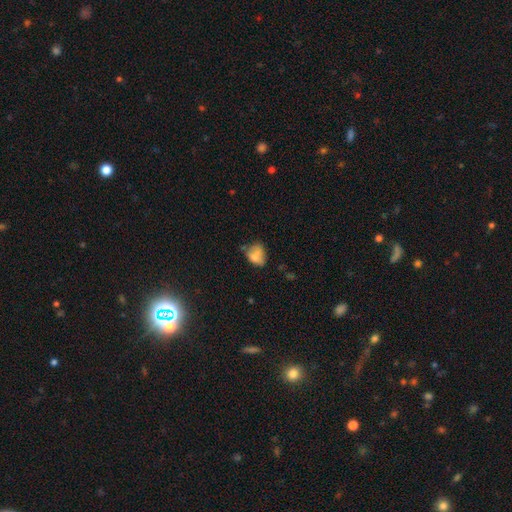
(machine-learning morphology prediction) This appears to be a smooth galaxy with no disk features (69%) that is in between round and cigar-shaped (68%). Merging: none (38%).